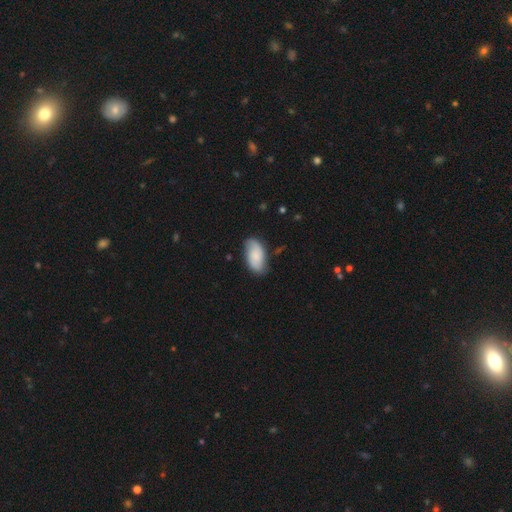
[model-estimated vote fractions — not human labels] Smooth or featured?
  - smooth: 67% *
  - featured or disk: 26%
  - star or artifact: 7%
How rounded?
  - in between: 94% *
  - round: 3%
  - cigar-shaped: 3%
Merging?
  - none: 75% *
  - minor disturbance: 20%
  - major disturbance: 4%
  - merger: 2%